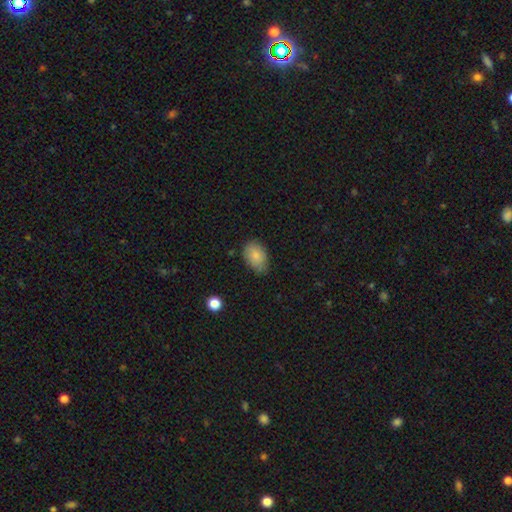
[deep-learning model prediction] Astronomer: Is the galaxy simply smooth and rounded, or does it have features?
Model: smooth — 84%.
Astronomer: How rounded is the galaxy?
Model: in between — 83%.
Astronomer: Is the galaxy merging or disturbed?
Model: none — 66%.